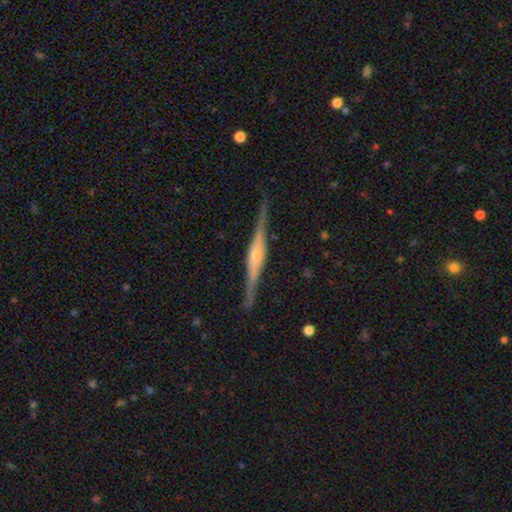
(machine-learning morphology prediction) Overall: featured or disk (84%). Edge-on disk: yes (98%). Edge-on bulge: rounded (71%). Merging: none (88%).